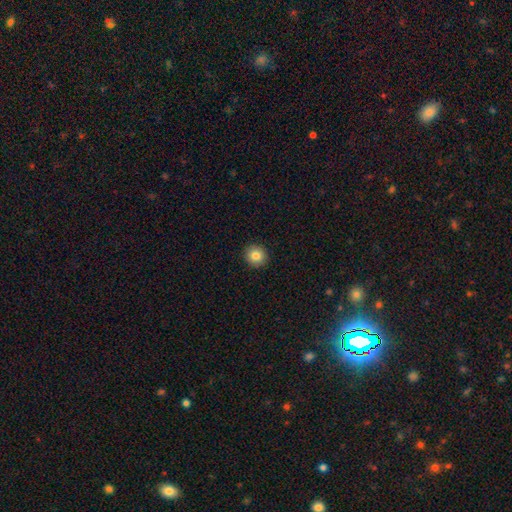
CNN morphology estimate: A smooth galaxy with no disk features (83%) that is round (92%). Merging: none (93%).